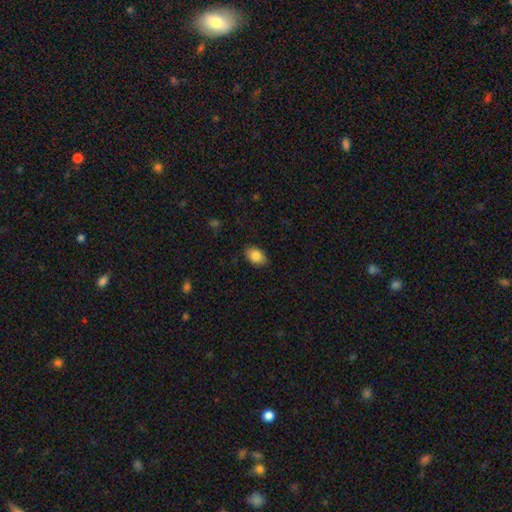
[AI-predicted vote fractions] This appears to be a smooth galaxy with no disk features (86%) that is in between round and cigar-shaped (86%). Merging: none (84%).